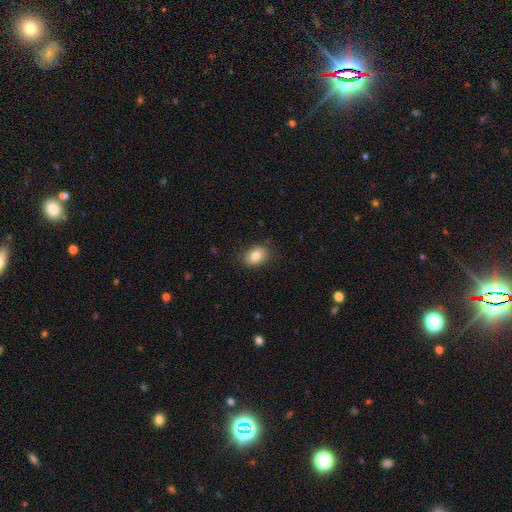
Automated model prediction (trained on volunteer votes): smooth 81%, featured or disk 11%, star or artifact 8%. Down the decision tree: how rounded — in between (78%); merging — none (84%).